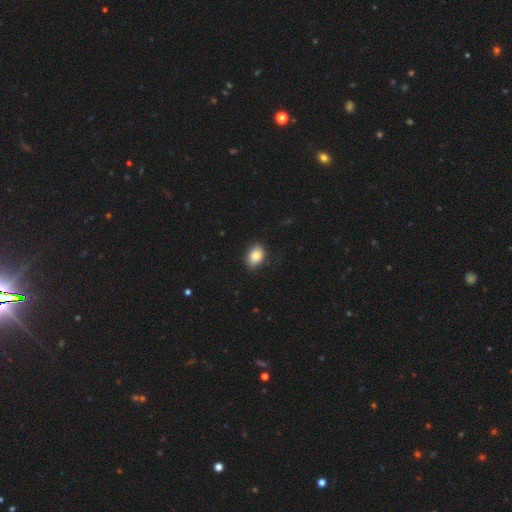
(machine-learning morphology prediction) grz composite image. It shows a smooth galaxy with no disk features (85%) that is in between round and cigar-shaped (73%). Merging: none (83%).